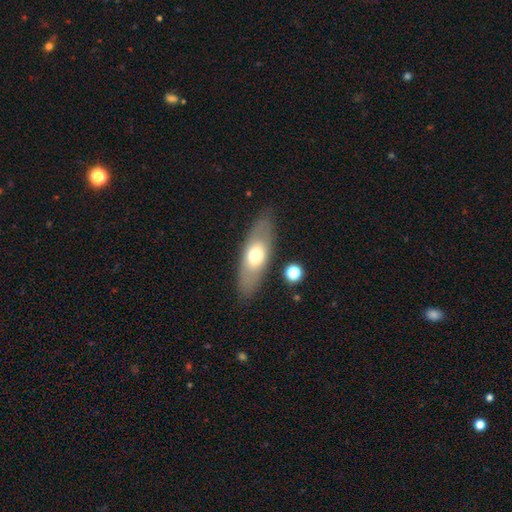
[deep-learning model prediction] This is possibly a smooth galaxy (57%). How rounded: likely in between (69%). Merging: clearly none (83%).